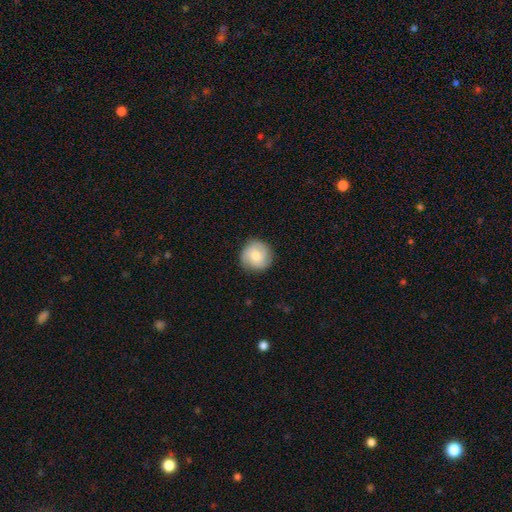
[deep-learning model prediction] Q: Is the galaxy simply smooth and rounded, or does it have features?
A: smooth — 59%.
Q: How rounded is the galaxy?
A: round — 93%.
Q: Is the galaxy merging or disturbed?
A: none — 85%.